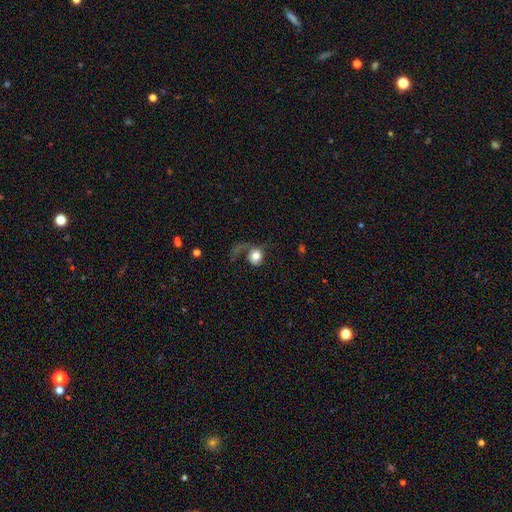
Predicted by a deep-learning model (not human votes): Smooth or featured? smooth (61%)
How rounded? round (72%)
Merging? major disturbance (51%)